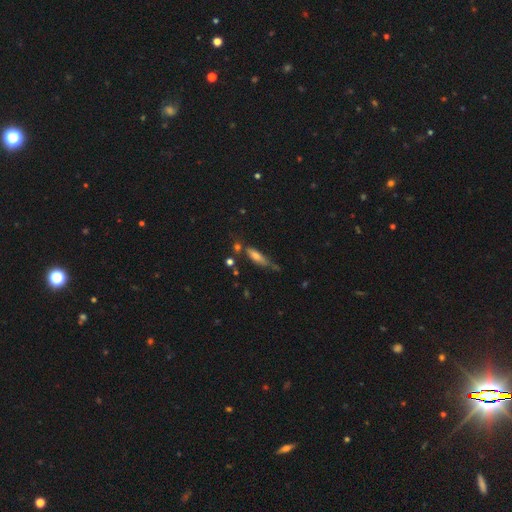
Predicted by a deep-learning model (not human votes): The model was most divided on "merging": none: 51%, minor disturbance: 27%, merger: 12%, major disturbance: 10%. More confident: smooth or featured — smooth (62%); how rounded — cigar-shaped (61%).